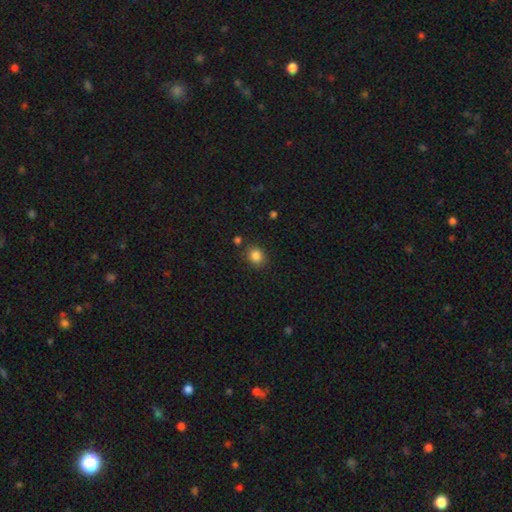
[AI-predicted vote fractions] The model was most divided on "how rounded": round: 69%, in between: 31%, cigar-shaped: 1%. More confident: smooth or featured — smooth (84%); merging — none (82%).